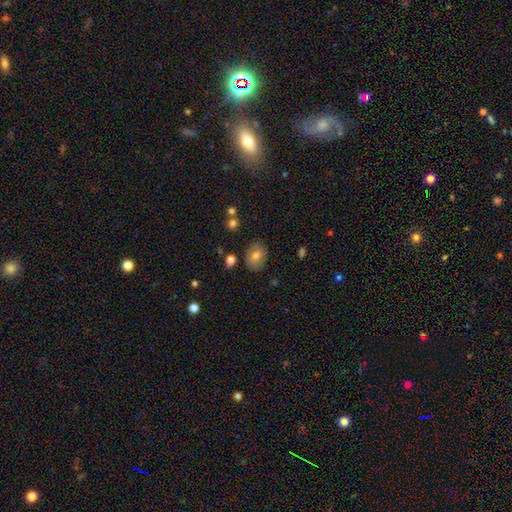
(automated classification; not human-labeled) Smooth or featured? smooth (72%)
How rounded? in between (64%)
Merging? none (80%)